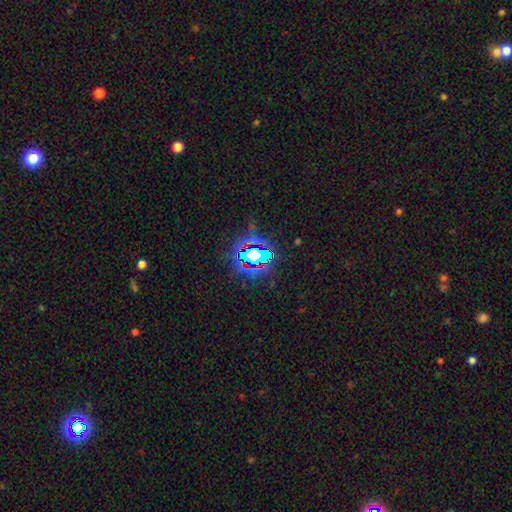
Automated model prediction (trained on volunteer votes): Smooth or featured?
  - star or artifact: 70% *
  - smooth: 17%
  - featured or disk: 14%